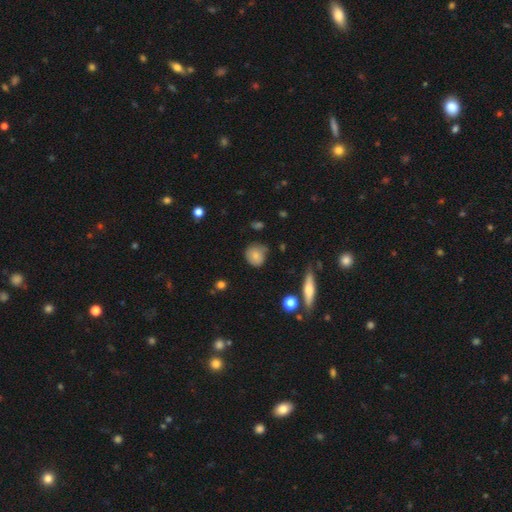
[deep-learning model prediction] smooth_or_featured: smooth (p=0.74) [alt: featured or disk p=0.16]
how_rounded: round (p=0.79) [alt: in between p=0.20]
merging: none (p=0.65) [alt: minor disturbance p=0.27]